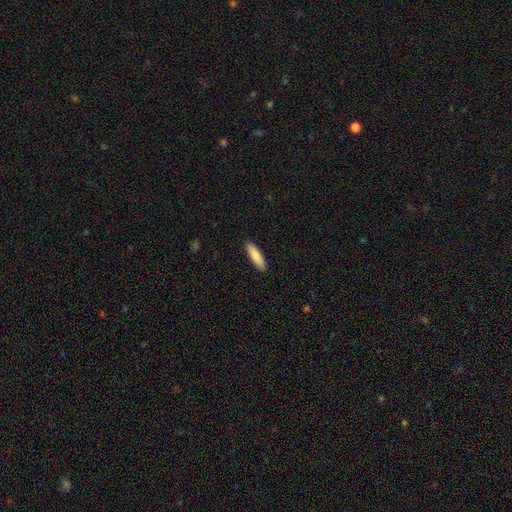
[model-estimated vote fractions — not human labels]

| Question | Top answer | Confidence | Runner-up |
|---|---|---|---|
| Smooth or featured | smooth | 83% | featured or disk (11%) |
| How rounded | cigar-shaped | 67% | in between (31%) |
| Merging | none | 90% | minor disturbance (7%) |